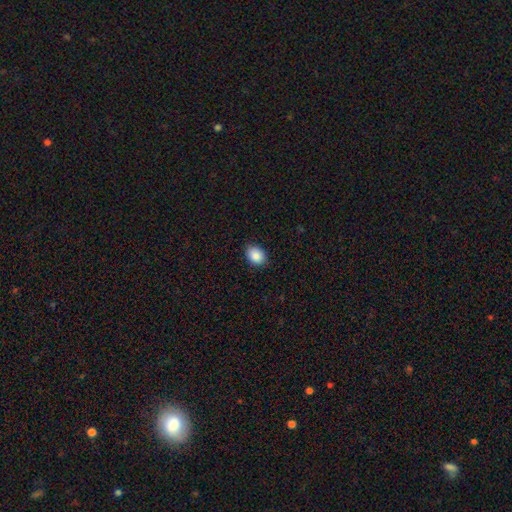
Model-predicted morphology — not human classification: type=smooth (88%); roundness=in between (62%); merging=none (85%).